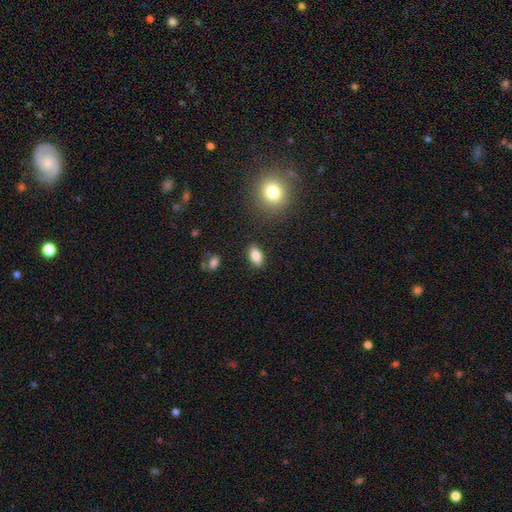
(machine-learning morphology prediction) Overall: smooth (83%). How rounded: in between (89%). Merging: none (87%).